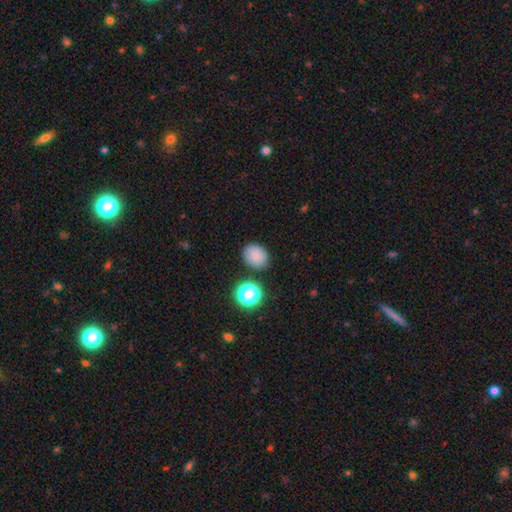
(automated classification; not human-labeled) Morphology: type=smooth (78%); roundness=round (59%); merging=none (82%).